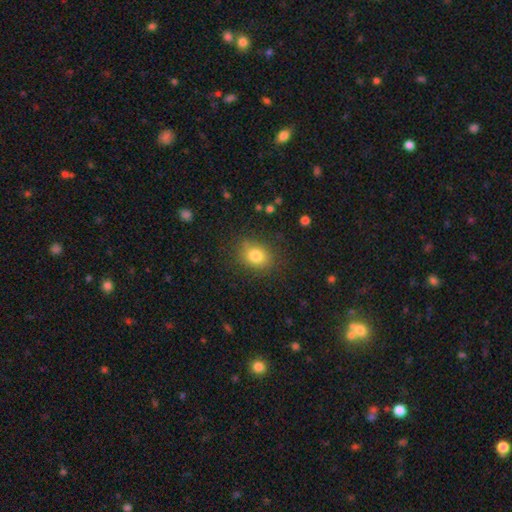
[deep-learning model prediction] Overall: smooth (81%). How rounded: round (50%; in between 49%). Merging: none (82%).